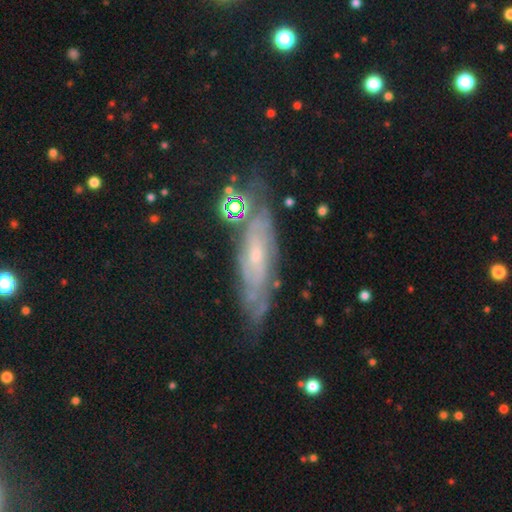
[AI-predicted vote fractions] A featured or disk galaxy (72%) with no bar (65%), spiral arms (84%) and a small central bulge (70%).

Vote fractions:
- Smooth or featured? featured or disk: 72% / smooth: 18% / star or artifact: 9%
- Edge-on disk? no: 74% / yes: 26%
- Bar? no: 65% / weak: 29% / strong: 6%
- Spiral arms? yes: 84% / no: 16%
- Bulge size? small: 70% / moderate: 24% / none: 4% / large: 1% / dominant: 1%
- Merging? none: 69% / minor disturbance: 21% / major disturbance: 7% / merger: 4%